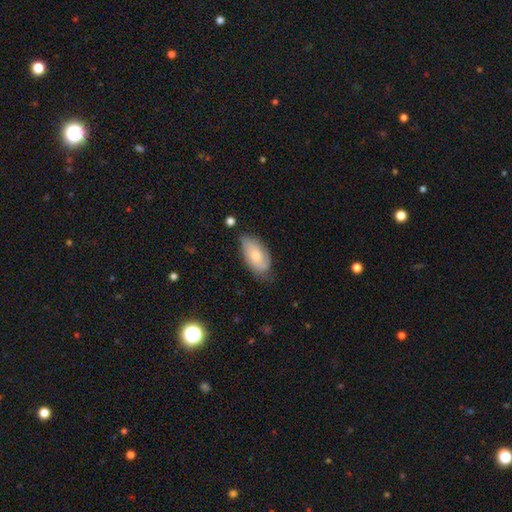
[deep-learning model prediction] Overall: smooth (66%; featured or disk 28%). How rounded: in between (93%). Merging: none (62%; minor disturbance 29%).